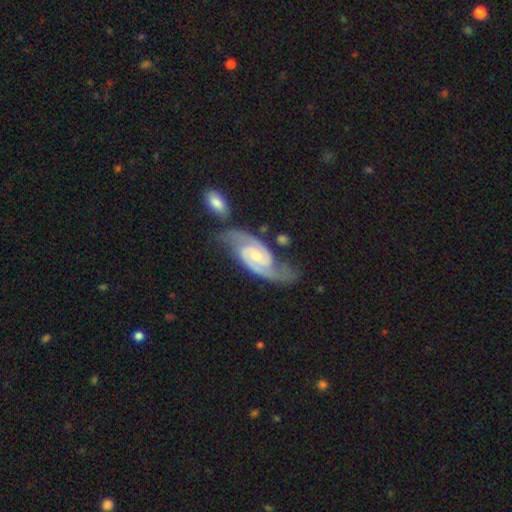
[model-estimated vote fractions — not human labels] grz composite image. It shows a featured or disk galaxy (92%) with no bar (47%), 2 (93%) medium (54%) spiral arms (98%) and a small central bulge (55%). Merging: none (66%).